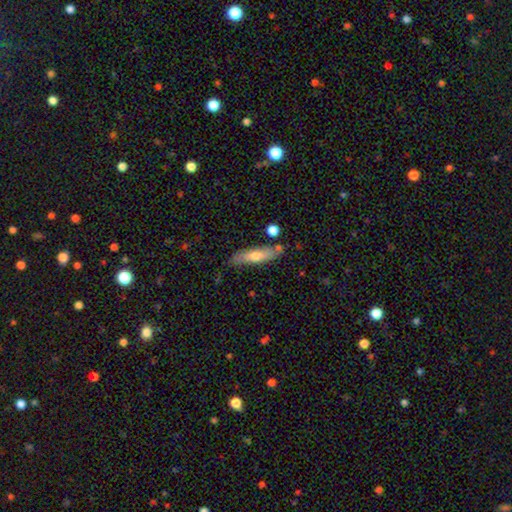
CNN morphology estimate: Q: Smooth or featured?
A: smooth (63%); runner-up: featured or disk (31%)
Q: How rounded?
A: cigar-shaped (72%); runner-up: in between (26%)
Q: Merging?
A: none (75%); runner-up: minor disturbance (15%)